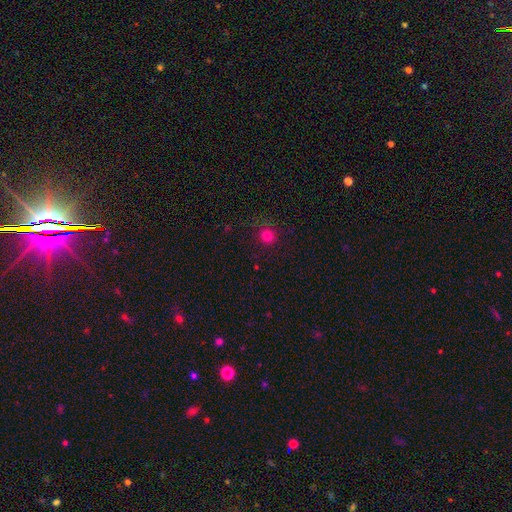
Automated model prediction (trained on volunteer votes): Smooth or featured? Predicted: smooth (p=0.75). How rounded? Predicted: round (p=0.91). Merging? Predicted: none (p=0.88).